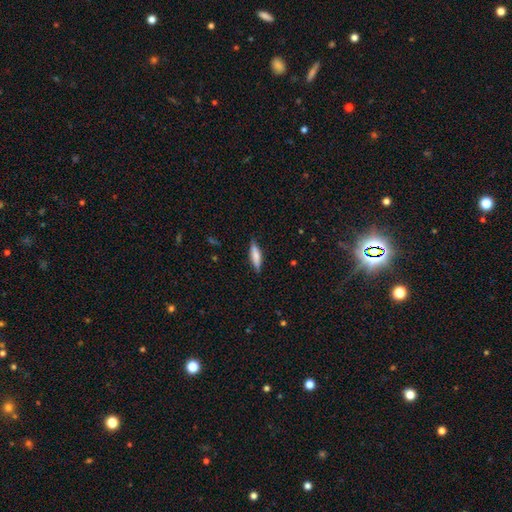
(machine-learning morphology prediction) This is likely a smooth galaxy (73%). How rounded: likely cigar-shaped (71%). Merging: clearly none (85%).